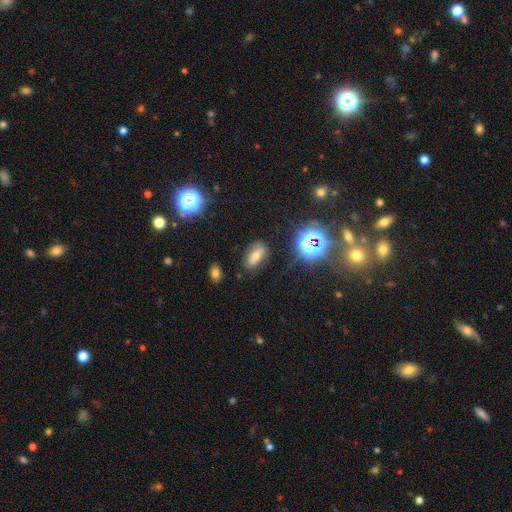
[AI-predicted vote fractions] Smooth or featured? smooth (48%)
Merging? none (79%)